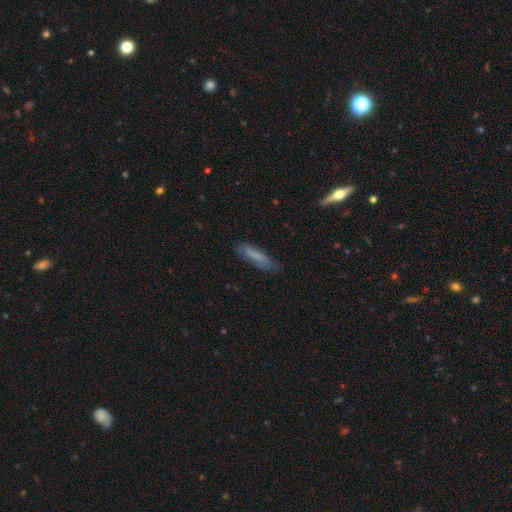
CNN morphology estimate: type=smooth (68%); roundness=cigar-shaped (80%); merging=none (75%).